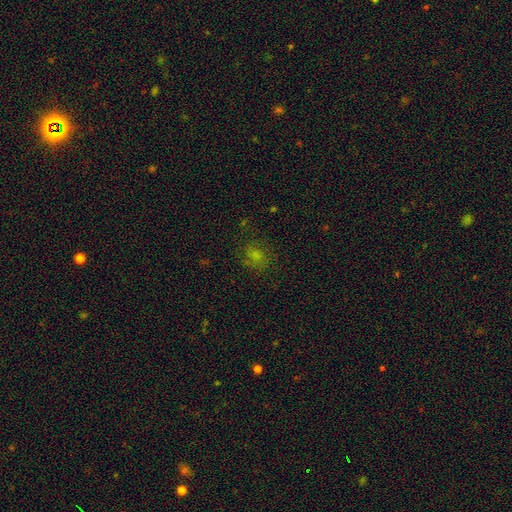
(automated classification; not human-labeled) Q: Smooth or featured?
A: smooth (64%); runner-up: star or artifact (22%)
Q: How rounded?
A: round (65%); runner-up: in between (34%)
Q: Merging?
A: none (69%); runner-up: minor disturbance (18%)